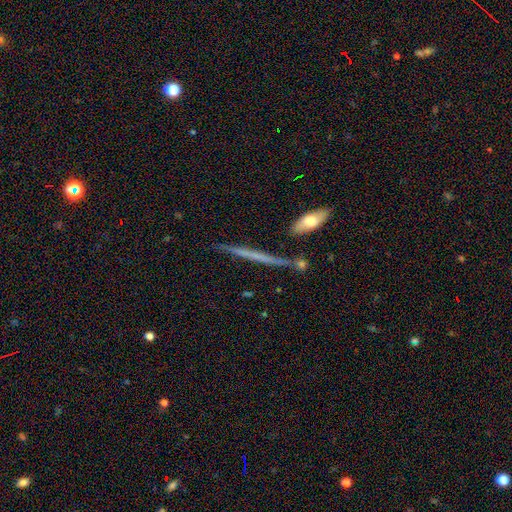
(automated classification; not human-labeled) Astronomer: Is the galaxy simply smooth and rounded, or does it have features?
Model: featured or disk — 59%.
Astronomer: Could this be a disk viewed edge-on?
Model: yes — 95%.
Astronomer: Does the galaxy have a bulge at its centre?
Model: none — 72%.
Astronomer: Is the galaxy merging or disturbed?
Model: none — 80%.